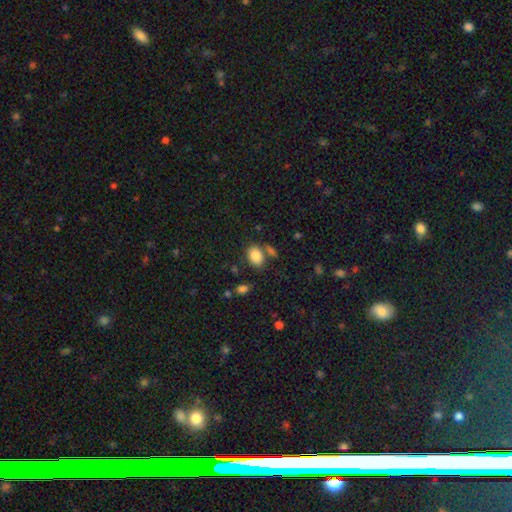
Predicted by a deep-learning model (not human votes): A smooth galaxy with no disk features (86%) that is in between round and cigar-shaped (82%).

Vote fractions:
- Smooth or featured? smooth: 86% / star or artifact: 9% / featured or disk: 5%
- How rounded? in between: 82% / round: 17% / cigar-shaped: 1%
- Merging? none: 68% / merger: 14% / minor disturbance: 13% / major disturbance: 4%